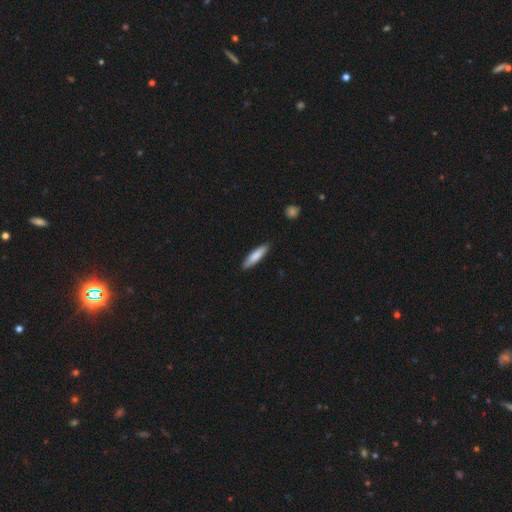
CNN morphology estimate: A smooth galaxy with no disk features (80%) that is cigar-shaped (80%).

Vote fractions:
- Smooth or featured? smooth: 80% / featured or disk: 15% / star or artifact: 5%
- How rounded? cigar-shaped: 80% / in between: 18% / round: 1%
- Merging? none: 88% / minor disturbance: 9% / major disturbance: 2% / merger: 1%